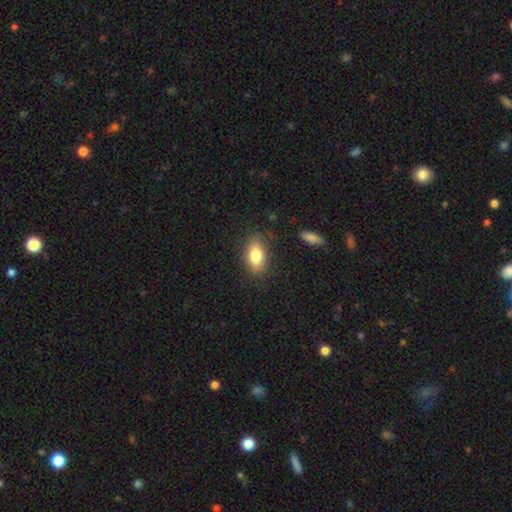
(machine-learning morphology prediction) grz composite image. It shows a smooth galaxy with no disk features (82%) that is in between round and cigar-shaped (89%). Merging: none (80%).